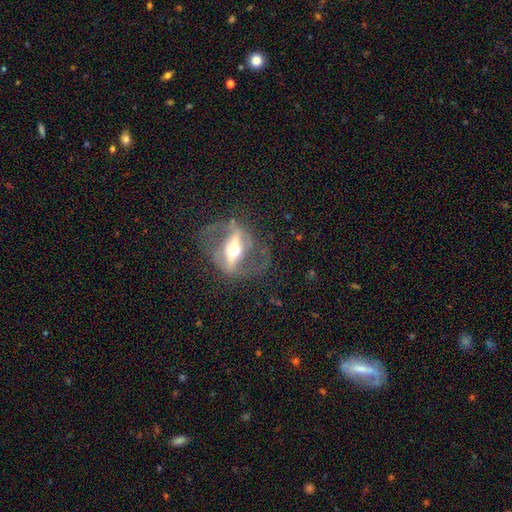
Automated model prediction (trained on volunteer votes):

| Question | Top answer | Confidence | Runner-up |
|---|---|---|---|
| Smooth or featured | featured or disk | 83% | smooth (10%) |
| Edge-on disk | no | 72% | yes (28%) |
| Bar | strong | 69% | weak (20%) |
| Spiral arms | yes | 70% | no (30%) |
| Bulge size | moderate | 66% | small (17%) |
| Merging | none | 70% | minor disturbance (14%) |